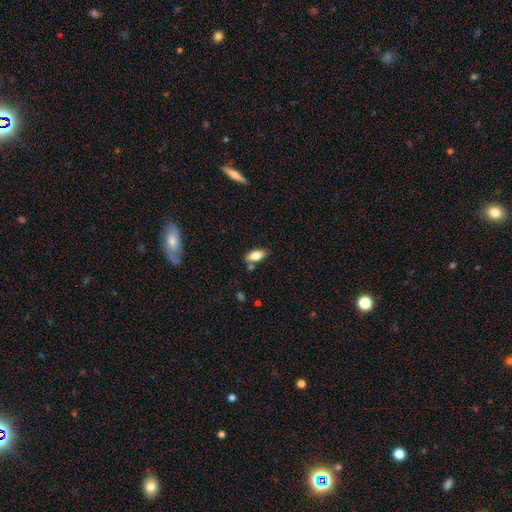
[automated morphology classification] Smooth or featured: smooth — 79% (featured or disk — 13%)
How rounded: in between — 87% (cigar-shaped — 10%)
Merging: none — 77% (minor disturbance — 13%)